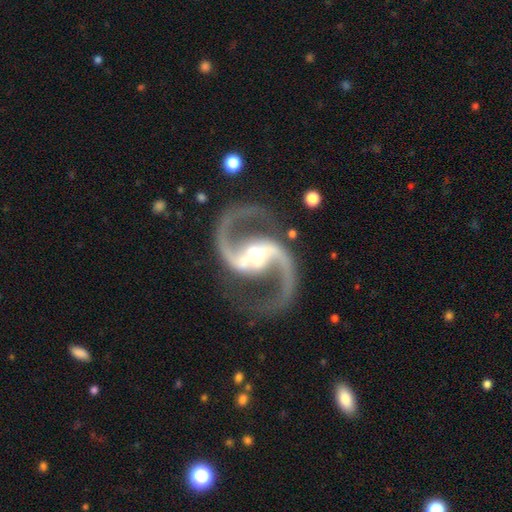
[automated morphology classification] Overall: featured or disk (94%). Edge-on disk: no (98%). Bar: strong (64%; weak 27%). Spiral arms: yes (99%). Spiral arm count: 2 (95%). Spiral winding: medium (63%; loose 29%). Bulge size: moderate (52%; small 37%). Merging: none (82%).